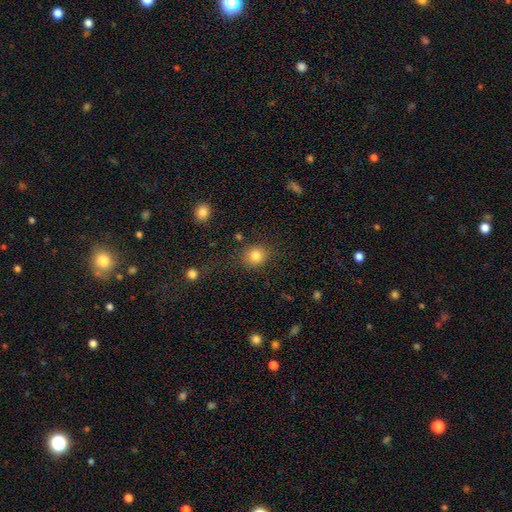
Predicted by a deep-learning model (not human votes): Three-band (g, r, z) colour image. It shows a smooth galaxy with no disk features (82%) that is round (82%). Merging: none (82%).